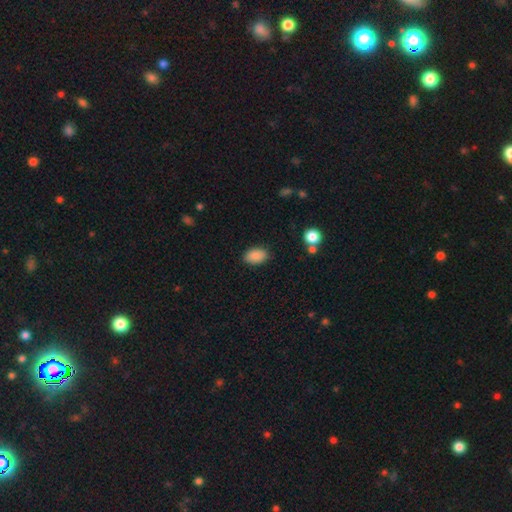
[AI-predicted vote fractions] Overall: smooth (86%). How rounded: in between (89%). Merging: none (86%).